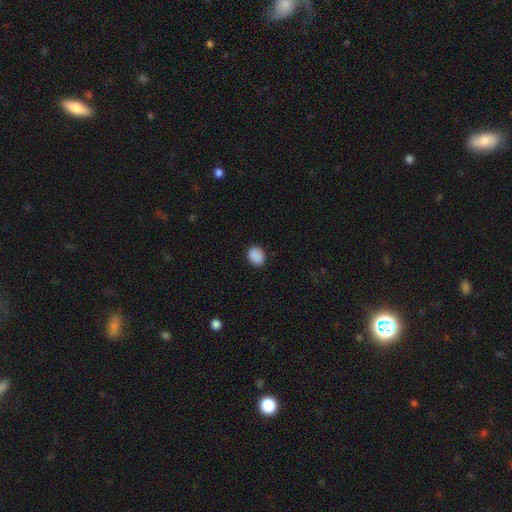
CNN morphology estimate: Smooth or featured: smooth — 89% (star or artifact — 8%)
How rounded: round — 54% (in between — 45%)
Merging: none — 85% (minor disturbance — 11%)